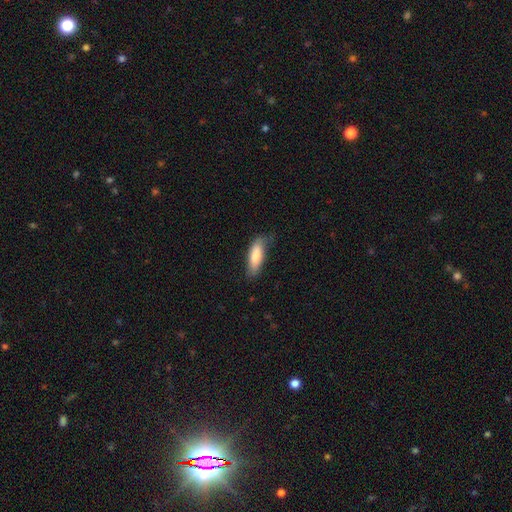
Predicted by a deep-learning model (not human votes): Smooth or featured? smooth (78%)
How rounded? in between (61%)
Merging? none (68%)